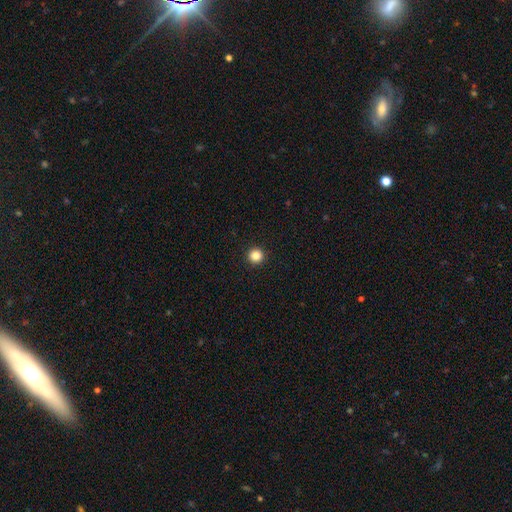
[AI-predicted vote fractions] This appears to be a smooth galaxy with no disk features (85%) that is round (96%). Merging: none (94%).